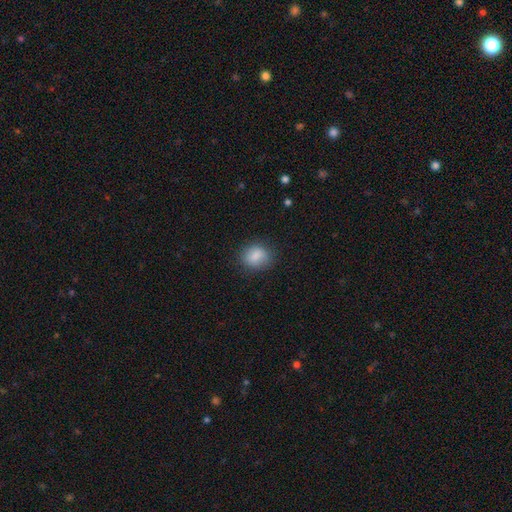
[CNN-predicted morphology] Overall: smooth (80%). How rounded: round (60%; in between 39%). Merging: none (79%).